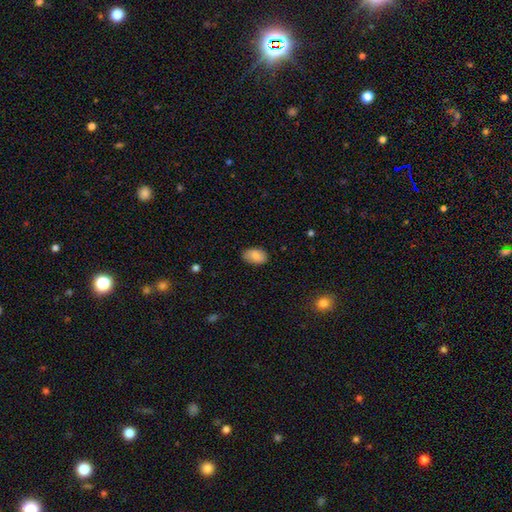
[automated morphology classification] smooth_or_featured: smooth (p=0.84) [alt: featured or disk p=0.09]
how_rounded: in between (p=0.89) [alt: round p=0.09]
merging: none (p=0.82) [alt: minor disturbance p=0.14]